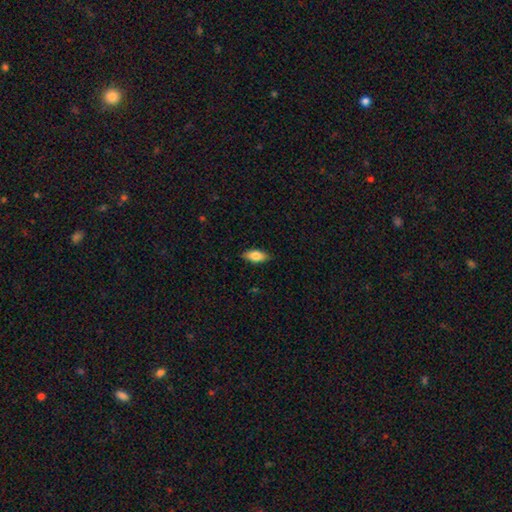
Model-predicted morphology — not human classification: A smooth galaxy with no disk features (80%) that is in between round and cigar-shaped (86%).

Vote fractions:
- Smooth or featured? smooth: 80% / featured or disk: 13% / star or artifact: 7%
- How rounded? in between: 86% / cigar-shaped: 11% / round: 3%
- Merging? none: 87% / minor disturbance: 11% / major disturbance: 2% / merger: 1%